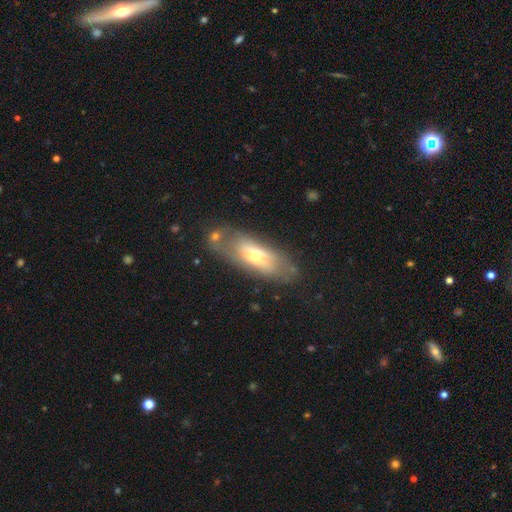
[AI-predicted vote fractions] Morphology: type=featured or disk (47%); merging=none (63%).